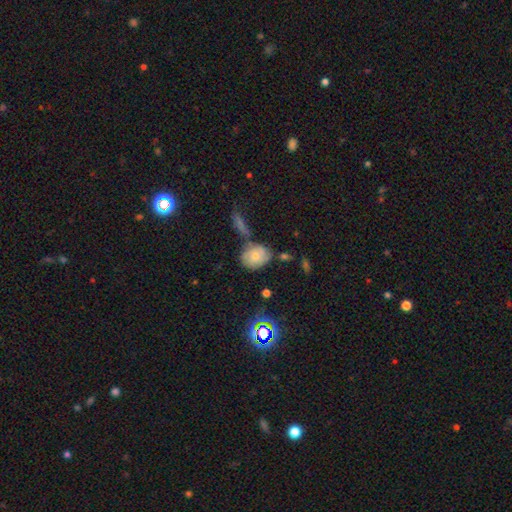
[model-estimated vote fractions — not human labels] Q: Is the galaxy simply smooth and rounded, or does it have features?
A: smooth — 59%.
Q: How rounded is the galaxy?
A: in between — 56%.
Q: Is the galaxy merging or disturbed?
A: none — 45%.